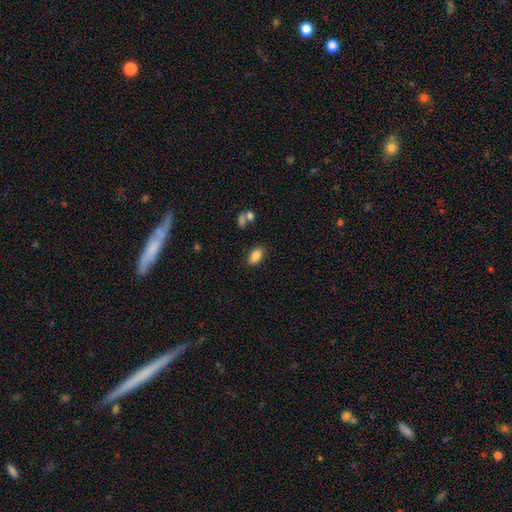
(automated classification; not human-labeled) Smooth or featured? Predicted: smooth (p=0.87). How rounded? Predicted: in between (p=0.91). Merging? Predicted: none (p=0.85).